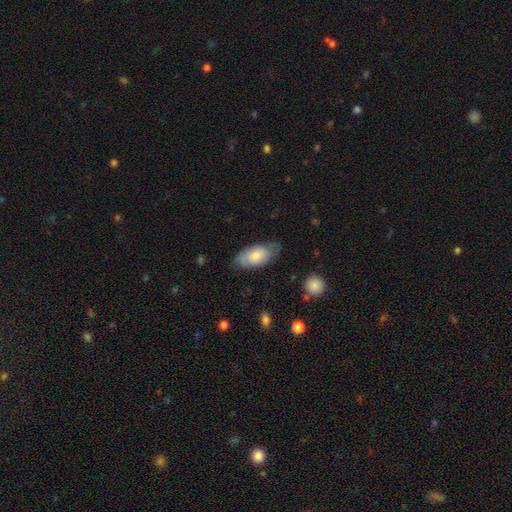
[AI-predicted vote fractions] This appears to be a smooth galaxy with no disk features (57%) that is in between round and cigar-shaped (92%). Merging: none (66%).